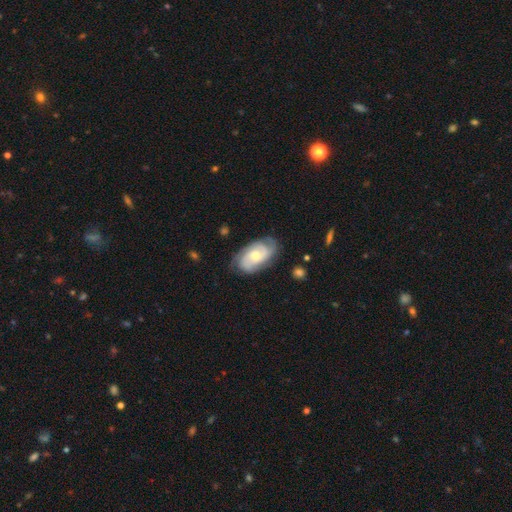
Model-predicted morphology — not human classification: smooth_or_featured: featured or disk (p=0.78) [alt: smooth p=0.17]
disk_edge_on: no (p=0.96) [alt: yes p=0.04]
bar: no (p=0.67) [alt: weak p=0.28]
has_spiral_arms: yes (p=0.94) [alt: no p=0.06]
spiral_winding: tight (p=0.53) [alt: medium p=0.36]
spiral_arm_count: 2 (p=0.37) [alt: 3 p=0.28]
bulge_size: moderate (p=0.53) [alt: small p=0.43]
merging: none (p=0.74) [alt: minor disturbance p=0.19]